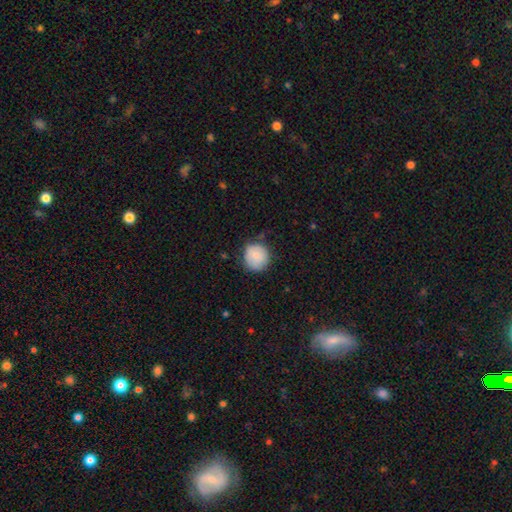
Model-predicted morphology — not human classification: Overall: smooth (84%). How rounded: round (87%). Merging: none (71%).